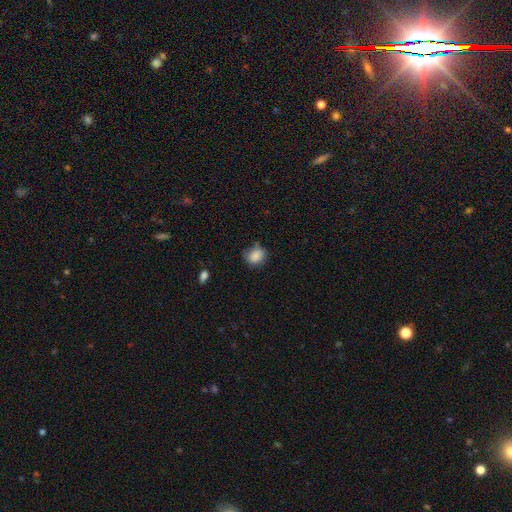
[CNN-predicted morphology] smooth-or-featured: smooth: 85% | star or artifact: 9% | featured or disk: 6%
  how-rounded: round: 58% | in between: 41% | cigar-shaped: 1%
  merging: none: 61% | minor disturbance: 28% | major disturbance: 7% | merger: 3%